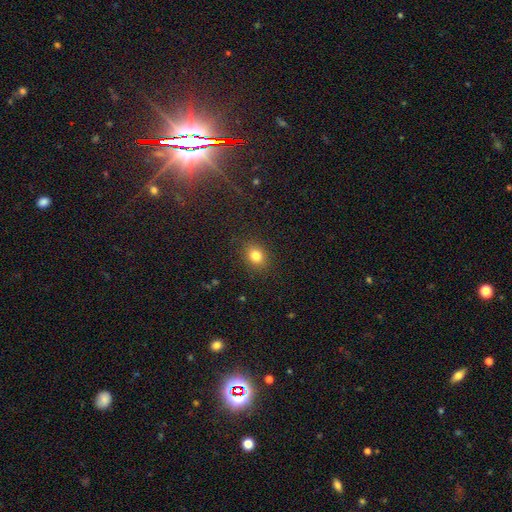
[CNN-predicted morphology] A smooth galaxy with no disk features (81%) that is round (57%). Merging: none (88%).